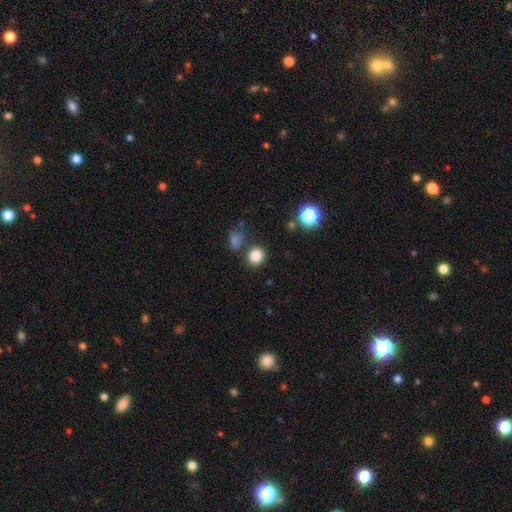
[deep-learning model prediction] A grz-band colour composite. It shows a smooth galaxy with no disk features (83%) that is round (88%). Merging: none (83%).